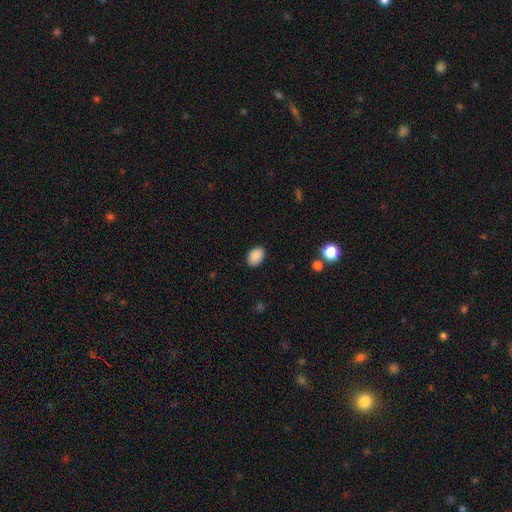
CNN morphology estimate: Smooth or featured? smooth (89%)
How rounded? in between (82%)
Merging? none (87%)